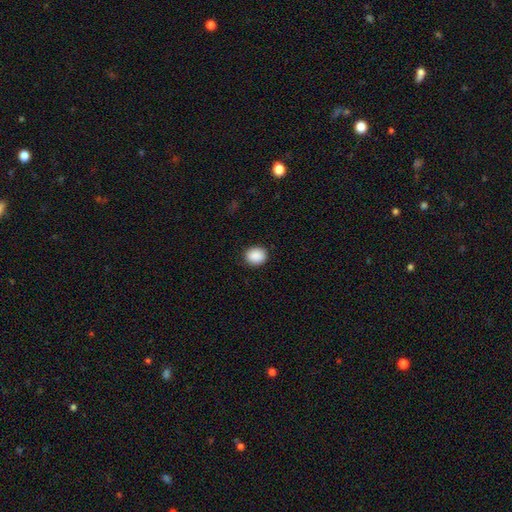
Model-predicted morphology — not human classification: A smooth galaxy with no disk features (89%) that is round (72%). Merging: none (90%).